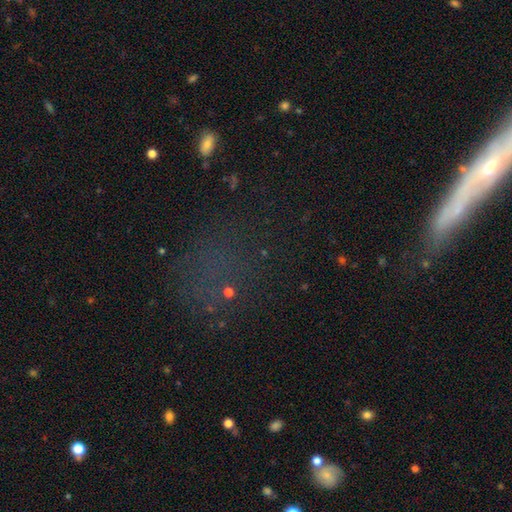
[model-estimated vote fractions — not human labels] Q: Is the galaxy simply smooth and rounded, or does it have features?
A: featured or disk — 35%, tied with smooth.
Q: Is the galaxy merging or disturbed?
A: none — 60%.